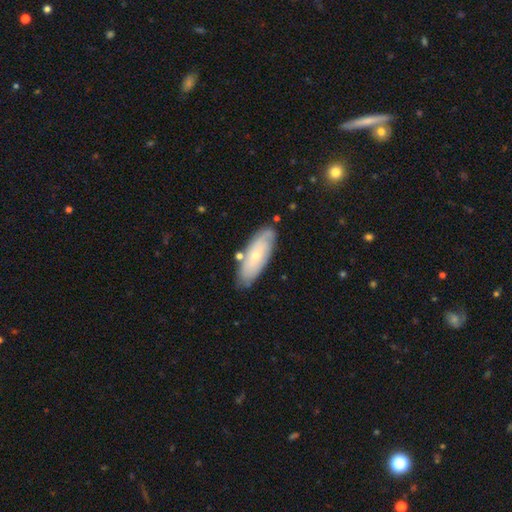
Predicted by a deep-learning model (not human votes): Smooth or featured?
  - featured or disk: 51% *
  - smooth: 43%
  - star or artifact: 6%
Edge-on disk?
  - no: 80% *
  - yes: 20%
Merging?
  - none: 76% *
  - minor disturbance: 16%
  - merger: 5%
  - major disturbance: 3%